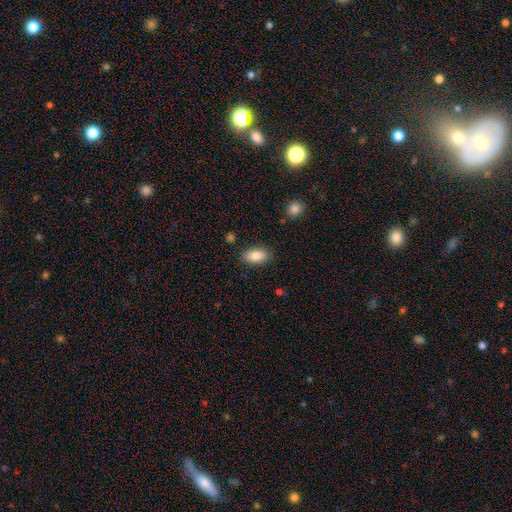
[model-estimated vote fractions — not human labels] smooth_or_featured: smooth (p=0.86) [alt: star or artifact p=0.07]
how_rounded: in between (p=0.92) [alt: cigar-shaped p=0.04]
merging: none (p=0.85) [alt: minor disturbance p=0.10]